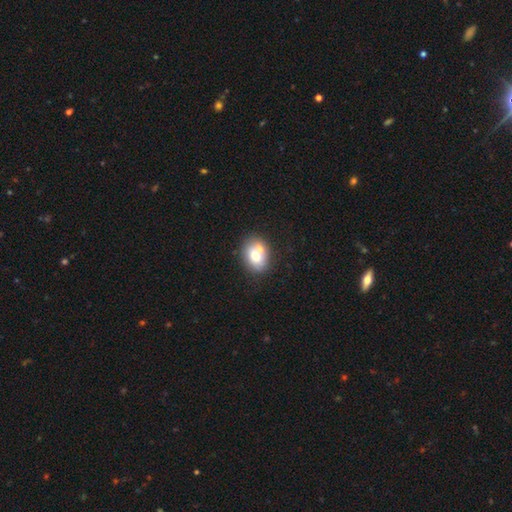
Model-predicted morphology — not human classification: type=smooth (67%); roundness=in between (54%); merging=none (52%).